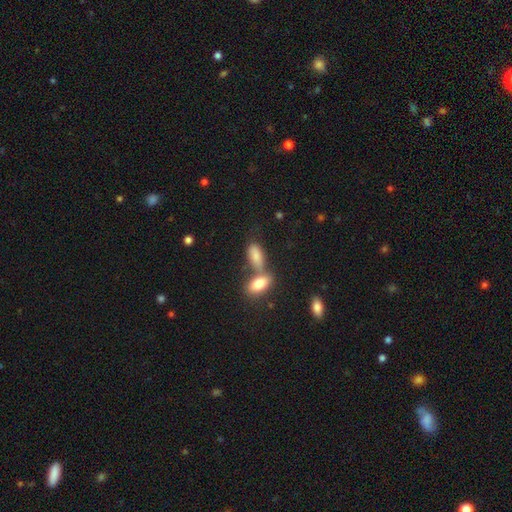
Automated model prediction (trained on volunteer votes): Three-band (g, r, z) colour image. It shows a smooth galaxy with no disk features (81%) that is in between round and cigar-shaped (86%). Merging: merger (47%).